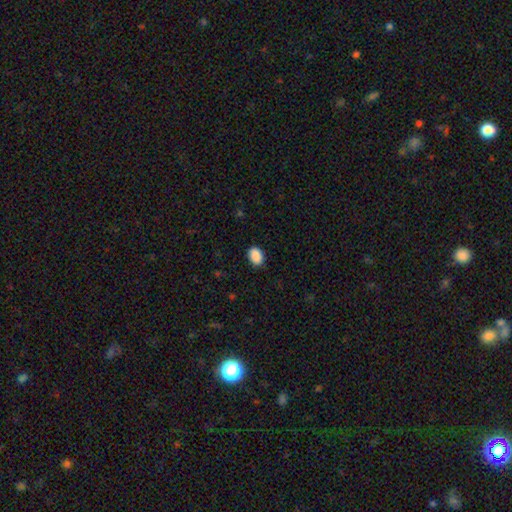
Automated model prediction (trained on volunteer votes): Smooth or featured: smooth — 90% (star or artifact — 7%)
How rounded: in between — 79% (round — 20%)
Merging: none — 88% (minor disturbance — 9%)